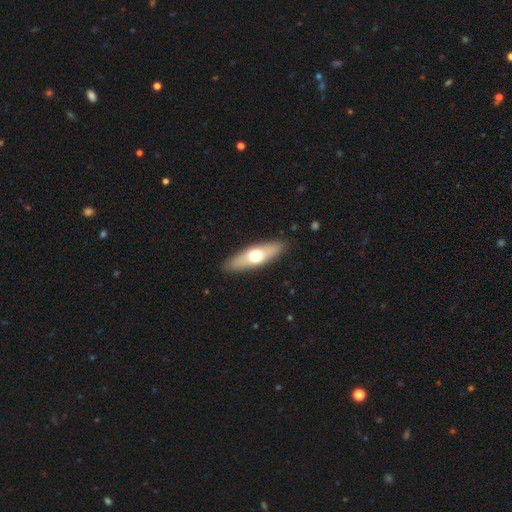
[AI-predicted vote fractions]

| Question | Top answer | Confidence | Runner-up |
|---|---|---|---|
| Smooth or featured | smooth | 54% | featured or disk (41%) |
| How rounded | cigar-shaped | 52% | in between (45%) |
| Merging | none | 89% | minor disturbance (8%) |